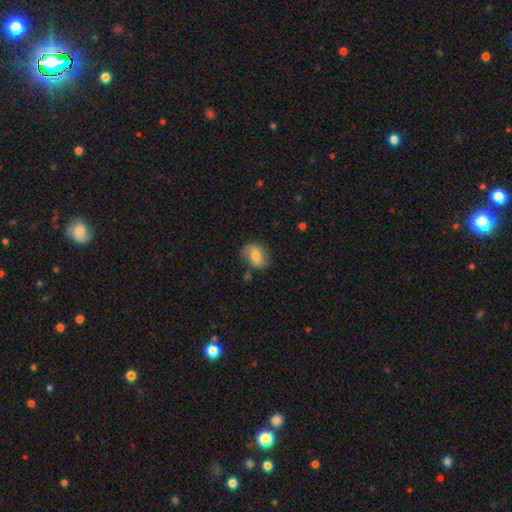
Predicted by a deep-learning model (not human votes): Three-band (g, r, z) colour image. It shows a smooth galaxy with no disk features (66%) that is in between round and cigar-shaped (55%). Merging: none (70%).